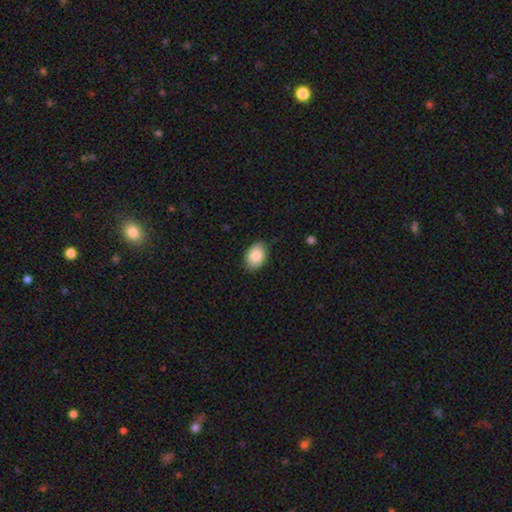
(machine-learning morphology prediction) A smooth galaxy with no disk features (85%) that is in between round and cigar-shaped (81%). Merging: none (82%).